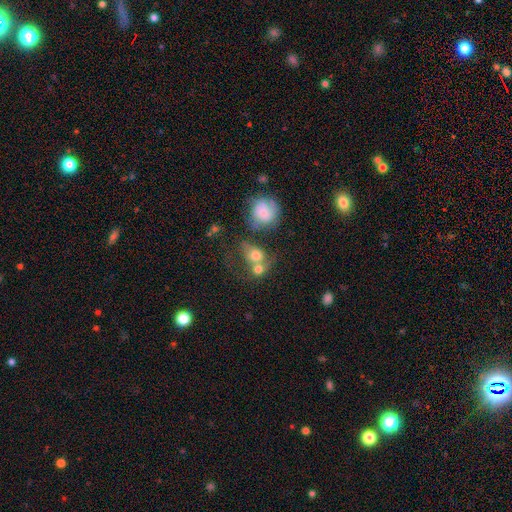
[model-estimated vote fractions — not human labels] This is likely a smooth galaxy (60%). How rounded: likely round (66%). Merging: possibly merger (51%).